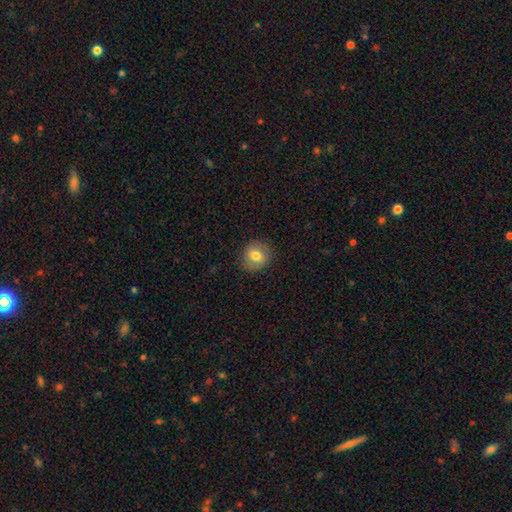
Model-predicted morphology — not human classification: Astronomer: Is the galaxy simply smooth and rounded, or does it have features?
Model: smooth — 75%.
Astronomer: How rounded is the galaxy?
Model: round — 83%.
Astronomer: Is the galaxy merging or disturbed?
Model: none — 87%.